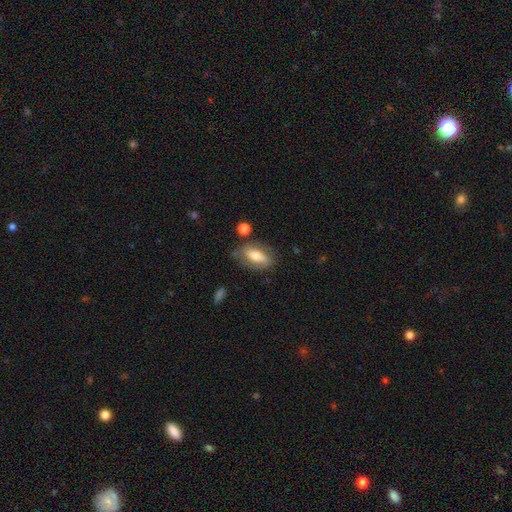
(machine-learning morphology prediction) A smooth galaxy with no disk features (55%) that is in between round and cigar-shaped (82%).

Vote fractions:
- Smooth or featured? smooth: 55% / featured or disk: 38% / star or artifact: 7%
- How rounded? in between: 82% / cigar-shaped: 12% / round: 6%
- Merging? none: 70% / minor disturbance: 19% / major disturbance: 7% / merger: 4%